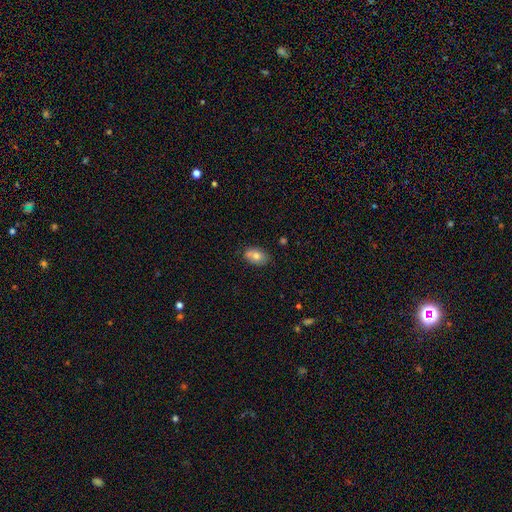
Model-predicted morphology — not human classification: A smooth galaxy with no disk features (75%) that is in between round and cigar-shaped (88%).

Vote fractions:
- Smooth or featured? smooth: 75% / featured or disk: 17% / star or artifact: 8%
- How rounded? in between: 88% / round: 11% / cigar-shaped: 1%
- Merging? none: 77% / minor disturbance: 17% / merger: 4% / major disturbance: 3%